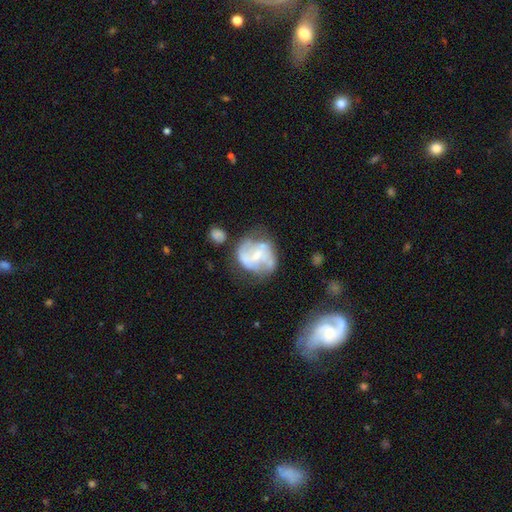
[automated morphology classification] Smooth or featured? Predicted: featured or disk (p=0.67). Edge-on disk? Predicted: no (p=0.98). Bar? Predicted: no (p=0.46). Spiral arms? Predicted: yes (p=0.62). Bulge size? Predicted: small (p=0.45). Merging? Predicted: none (p=0.44).